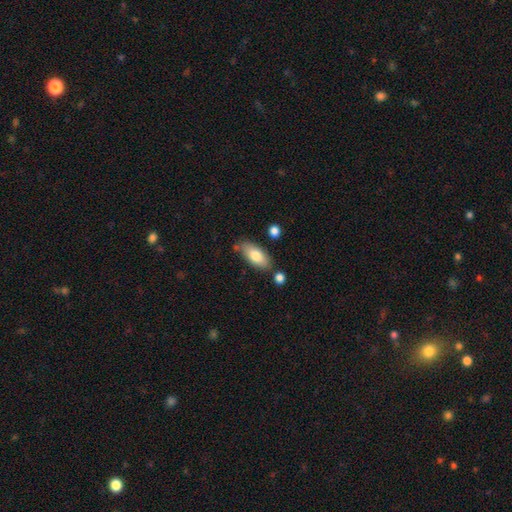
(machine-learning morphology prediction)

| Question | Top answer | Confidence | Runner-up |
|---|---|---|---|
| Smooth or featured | smooth | 77% | featured or disk (16%) |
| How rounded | in between | 85% | cigar-shaped (13%) |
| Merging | none | 74% | minor disturbance (16%) |